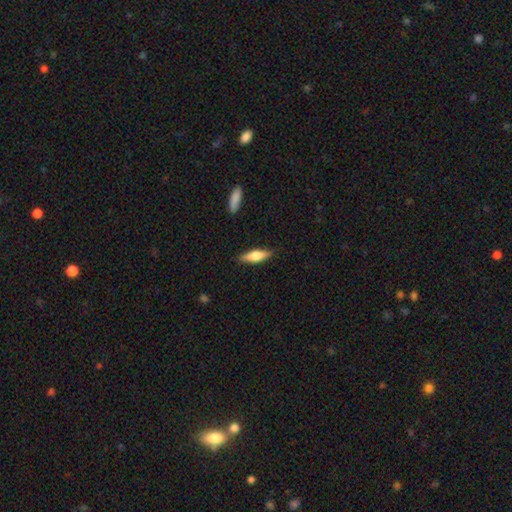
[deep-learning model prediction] Morphology: type=smooth (63%); roundness=cigar-shaped (56%); merging=none (87%).